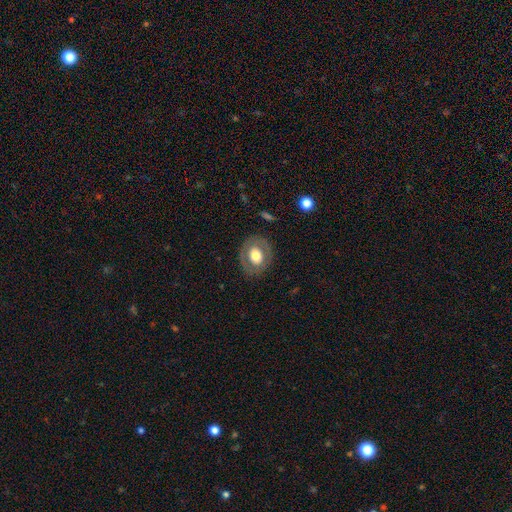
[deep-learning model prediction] Smooth or featured? Predicted: smooth (p=0.54). How rounded? Predicted: round (p=0.52). Merging? Predicted: none (p=0.82).